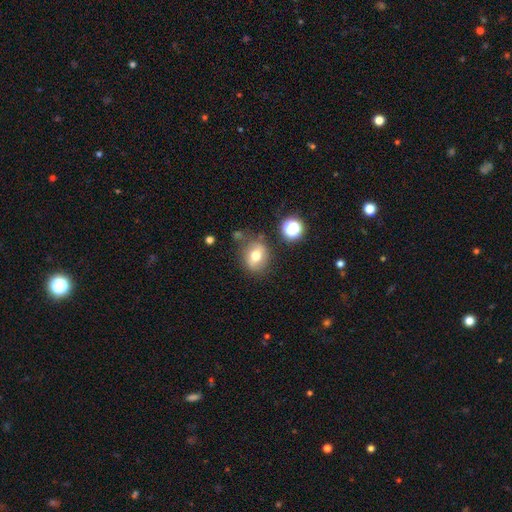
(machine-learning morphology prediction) This is likely a smooth galaxy (64%). How rounded: possibly round (58%). Merging: likely none (72%).